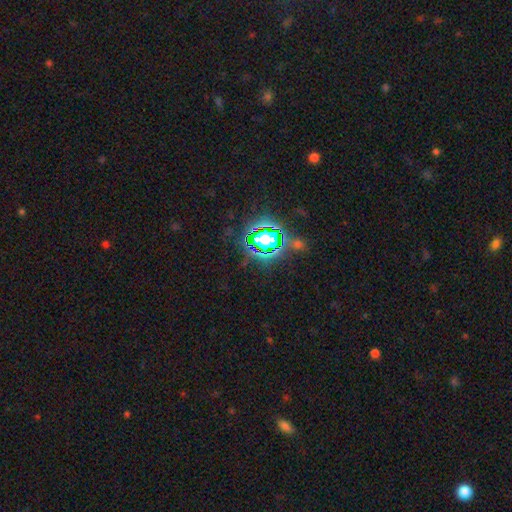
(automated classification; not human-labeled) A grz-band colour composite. It shows a star or artifact, not a galaxy (80%).